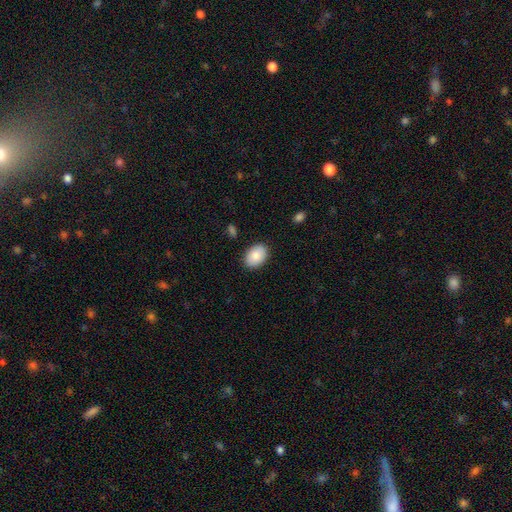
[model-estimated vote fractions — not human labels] A smooth galaxy with no disk features (86%) that is in between round and cigar-shaped (83%).

Vote fractions:
- Smooth or featured? smooth: 86% / featured or disk: 8% / star or artifact: 7%
- How rounded? in between: 83% / round: 16% / cigar-shaped: 1%
- Merging? none: 88% / minor disturbance: 9% / major disturbance: 2% / merger: 1%